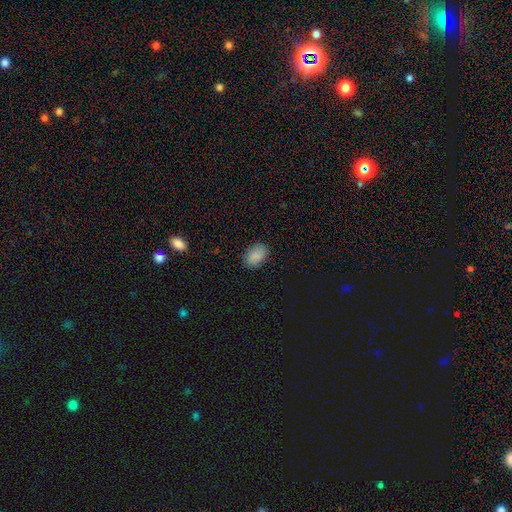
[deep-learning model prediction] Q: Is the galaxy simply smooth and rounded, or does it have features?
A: smooth — 88%.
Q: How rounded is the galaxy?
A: in between — 86%.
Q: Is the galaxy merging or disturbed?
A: none — 86%.